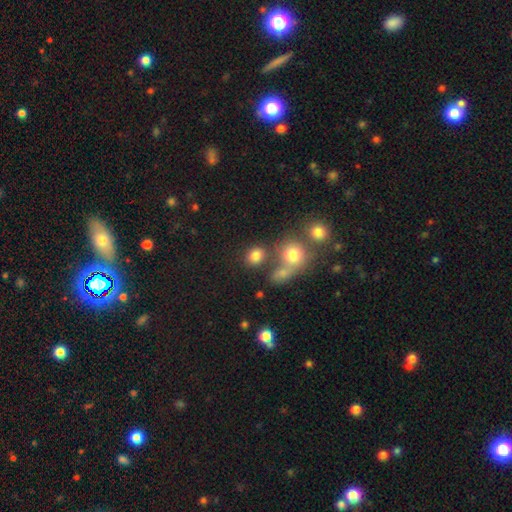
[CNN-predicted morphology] Smooth or featured?
  - smooth: 79% *
  - star or artifact: 14%
  - featured or disk: 7%
How rounded?
  - round: 63% *
  - in between: 35%
  - cigar-shaped: 1%
Merging?
  - none: 64% *
  - merger: 20%
  - minor disturbance: 10%
  - major disturbance: 5%